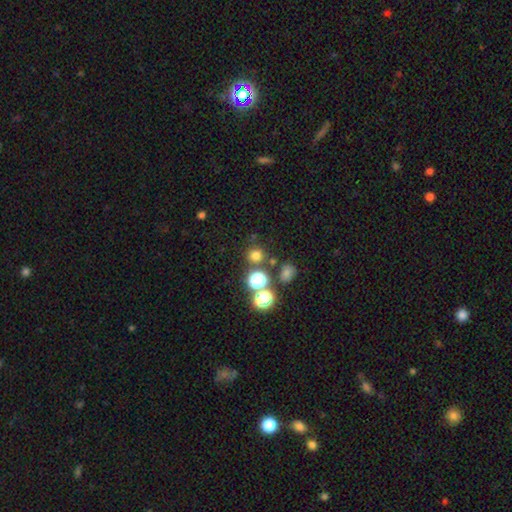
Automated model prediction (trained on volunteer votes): smooth 70%, star or artifact 24%, featured or disk 7%. Down the decision tree: how rounded — round (90%); merging — none (78%).